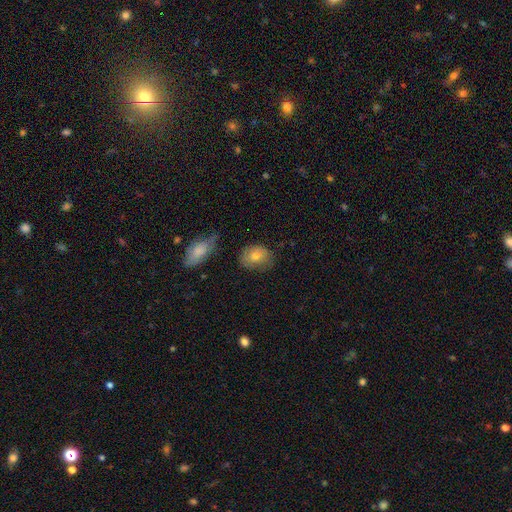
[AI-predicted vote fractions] smooth-or-featured: smooth: 72% | featured or disk: 18% | star or artifact: 9%
  how-rounded: in between: 51% | round: 47% | cigar-shaped: 1%
  merging: none: 67% | minor disturbance: 25% | major disturbance: 6% | merger: 3%